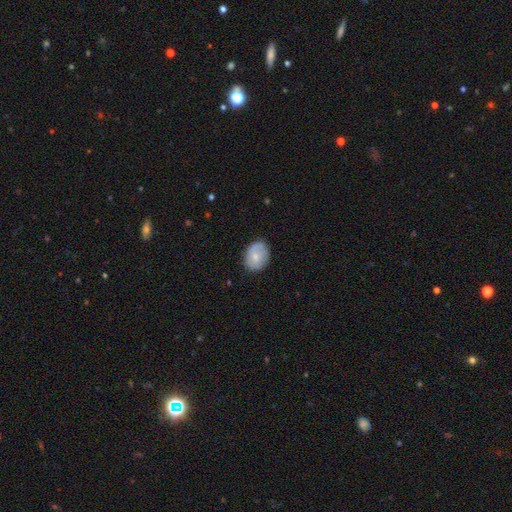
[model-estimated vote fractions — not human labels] Morphology: type=smooth (69%); roundness=in between (62%); merging=none (77%).